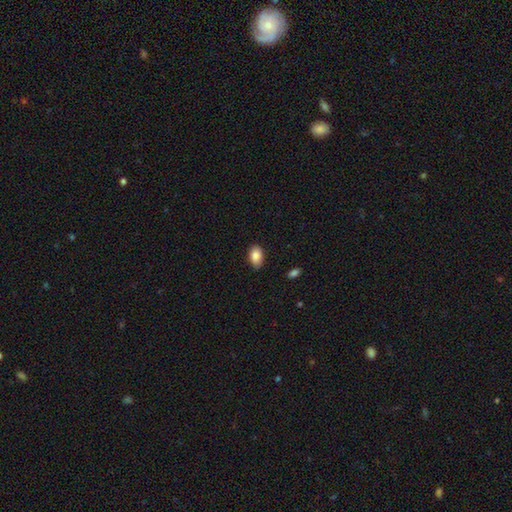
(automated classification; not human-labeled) This appears to be a smooth galaxy with no disk features (86%) that is in between round and cigar-shaped (90%). Merging: none (78%).